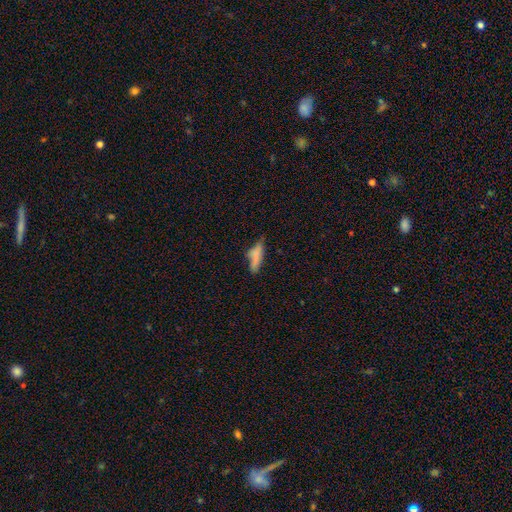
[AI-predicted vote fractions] Smooth or featured? Predicted: smooth (p=0.73). How rounded? Predicted: cigar-shaped (p=0.55). Merging? Predicted: none (p=0.46).